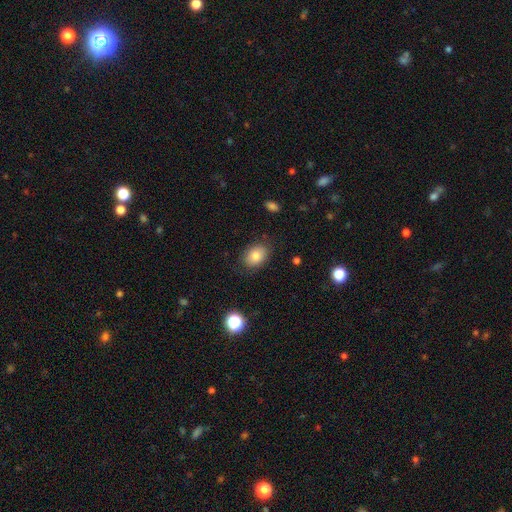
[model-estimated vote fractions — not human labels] smooth 82%, featured or disk 9%, star or artifact 9%. Down the decision tree: how rounded — in between (74%); merging — none (83%).